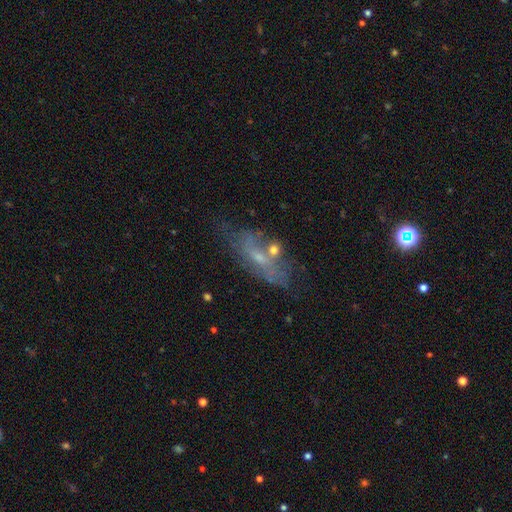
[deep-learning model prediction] smooth-or-featured: featured or disk: 52% | smooth: 32% | star or artifact: 16%
  disk-edge-on: no: 73% | yes: 27%
  merging: none: 56% | minor disturbance: 21% | major disturbance: 12% | merger: 11%